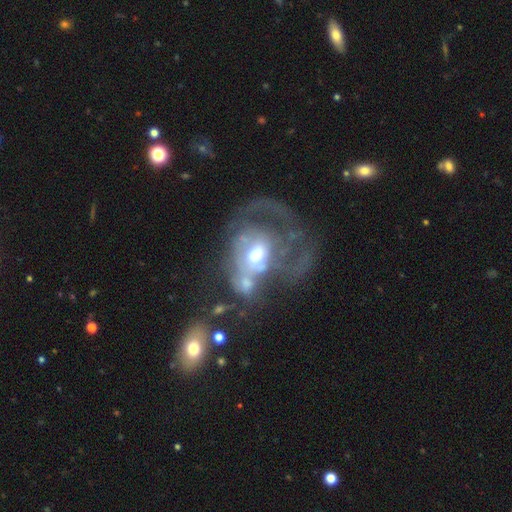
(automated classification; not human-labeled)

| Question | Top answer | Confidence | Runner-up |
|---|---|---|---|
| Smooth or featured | featured or disk | 65% | smooth (24%) |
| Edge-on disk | no | 96% | yes (4%) |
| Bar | no | 71% | weak (23%) |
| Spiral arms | no | 54% | yes (46%) |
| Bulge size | moderate | 64% | small (18%) |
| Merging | major disturbance | 48% | merger (24%) |